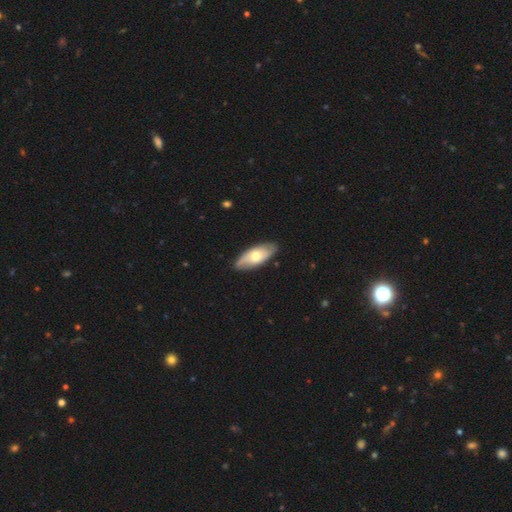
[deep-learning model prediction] smooth-or-featured: smooth: 49% | featured or disk: 46% | star or artifact: 5%
  merging: none: 86% | minor disturbance: 11% | major disturbance: 2% | merger: 1%